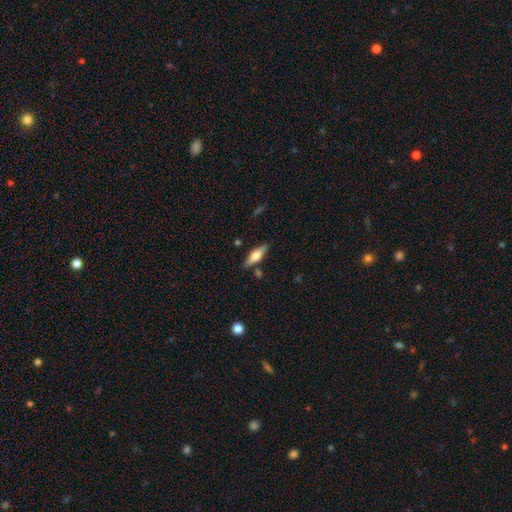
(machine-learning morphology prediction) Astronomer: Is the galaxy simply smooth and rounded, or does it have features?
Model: featured or disk — 47%, tied with smooth at 47%.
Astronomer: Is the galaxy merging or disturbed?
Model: none — 82%.